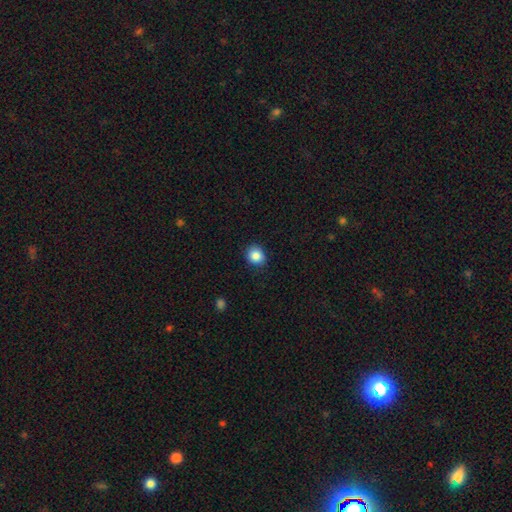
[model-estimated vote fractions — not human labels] Overall: smooth (87%). How rounded: round (76%). Merging: none (88%).